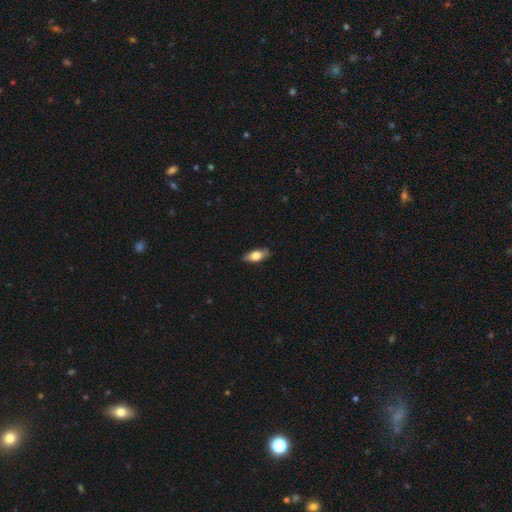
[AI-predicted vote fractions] smooth 69%, featured or disk 25%, star or artifact 6%. Down the decision tree: how rounded — in between (78%); merging — none (81%).